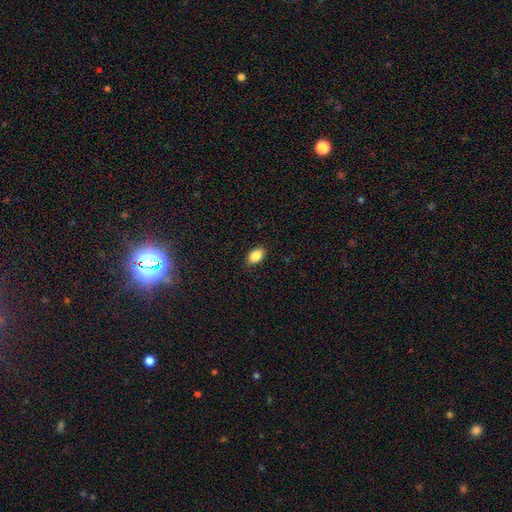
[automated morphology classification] smooth 88%, star or artifact 8%, featured or disk 4%. Down the decision tree: how rounded — in between (90%); merging — none (88%).